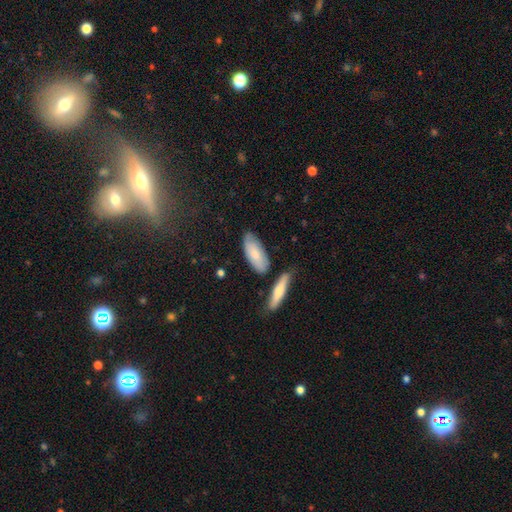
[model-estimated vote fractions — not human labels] smooth 73%, featured or disk 22%, star or artifact 6%. Down the decision tree: how rounded — in between (80%); merging — none (70%).